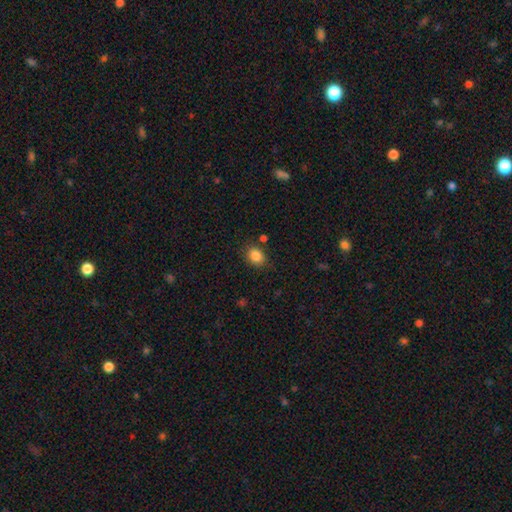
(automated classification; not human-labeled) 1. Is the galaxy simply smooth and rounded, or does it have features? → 85% smooth, 10% star or artifact, 5% featured or disk.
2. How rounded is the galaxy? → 56% in between, 43% round, 1% cigar-shaped.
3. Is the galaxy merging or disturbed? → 81% none, 12% minor disturbance, 4% merger, 3% major disturbance.